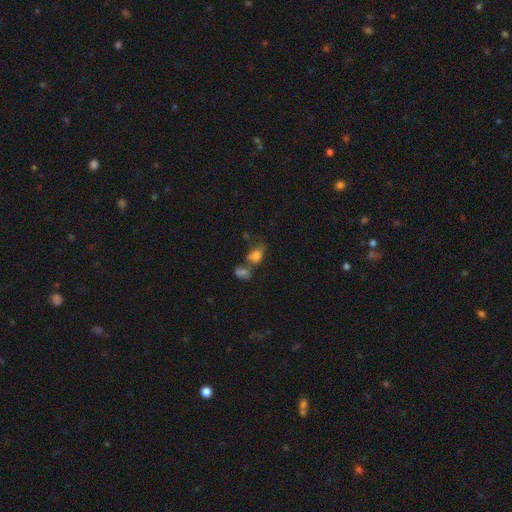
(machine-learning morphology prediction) Q: Smooth or featured?
A: smooth (71%); runner-up: featured or disk (15%)
Q: How rounded?
A: in between (80%); runner-up: round (17%)
Q: Merging?
A: merger (42%); runner-up: none (31%)